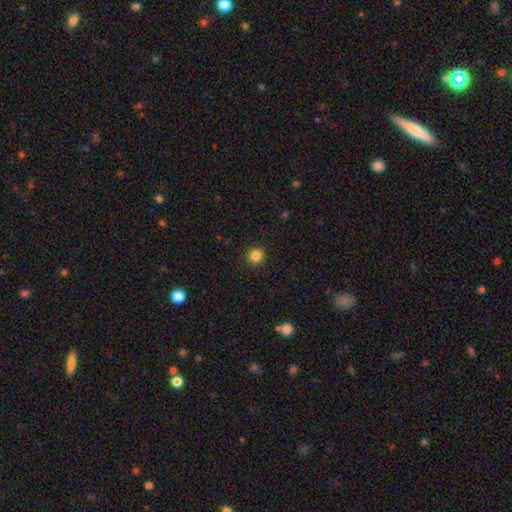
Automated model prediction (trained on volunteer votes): Morphology: type=smooth (84%); roundness=round (94%); merging=none (92%).